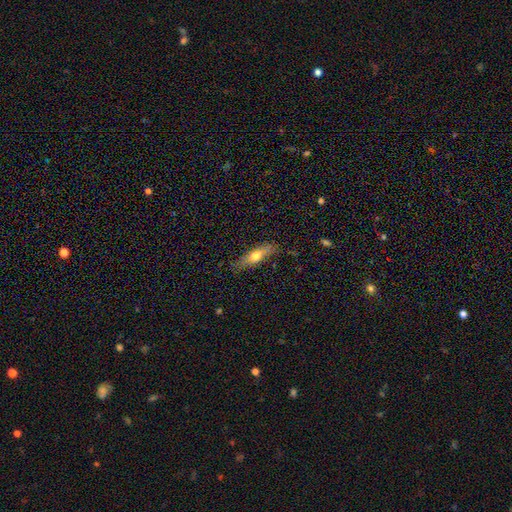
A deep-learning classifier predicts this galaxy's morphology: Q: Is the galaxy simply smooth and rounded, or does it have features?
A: smooth — 59%.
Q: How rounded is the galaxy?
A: cigar-shaped — 60%.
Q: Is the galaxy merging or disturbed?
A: none — 79%.